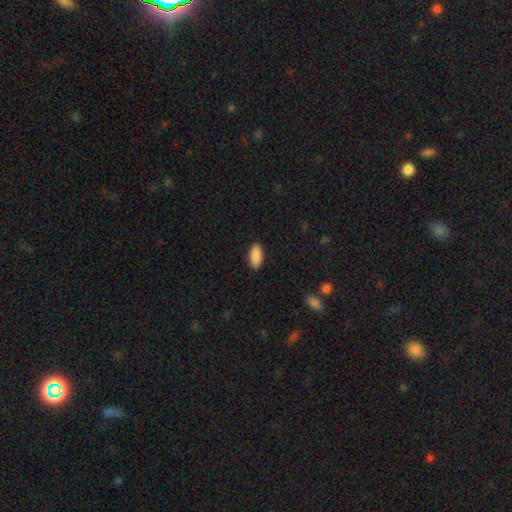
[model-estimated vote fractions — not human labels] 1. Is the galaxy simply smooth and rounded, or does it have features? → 90% smooth, 6% star or artifact, 4% featured or disk.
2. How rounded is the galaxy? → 82% in between, 16% cigar-shaped, 2% round.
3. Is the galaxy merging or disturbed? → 89% none, 8% minor disturbance, 2% major disturbance, 1% merger.